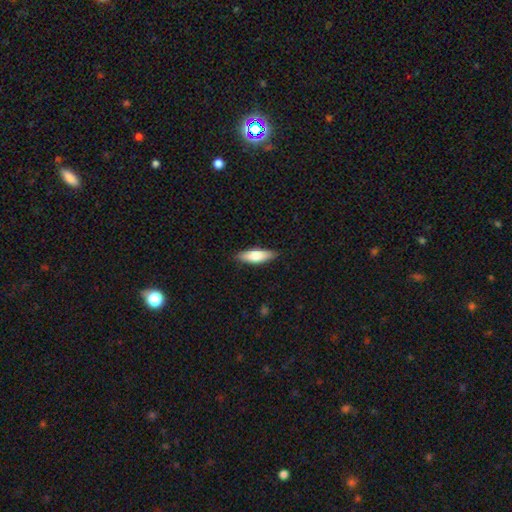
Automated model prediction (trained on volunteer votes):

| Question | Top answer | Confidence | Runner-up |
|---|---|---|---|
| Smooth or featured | smooth | 74% | featured or disk (21%) |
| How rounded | in between | 52% | cigar-shaped (46%) |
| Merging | none | 88% | minor disturbance (10%) |